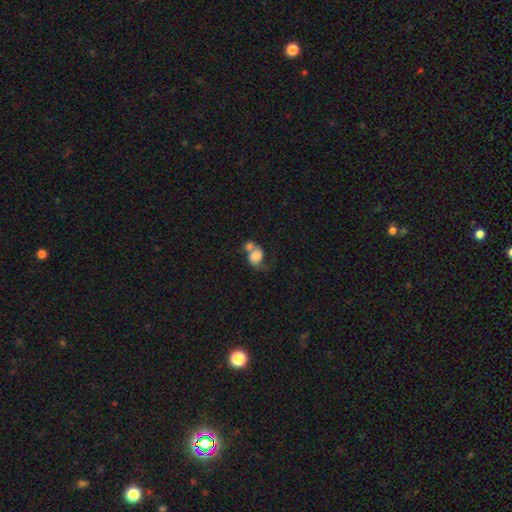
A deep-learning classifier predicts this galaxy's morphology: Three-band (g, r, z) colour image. It shows a smooth galaxy with no disk features (71%) that is in between round and cigar-shaped (50%). Merging: merger (56%).